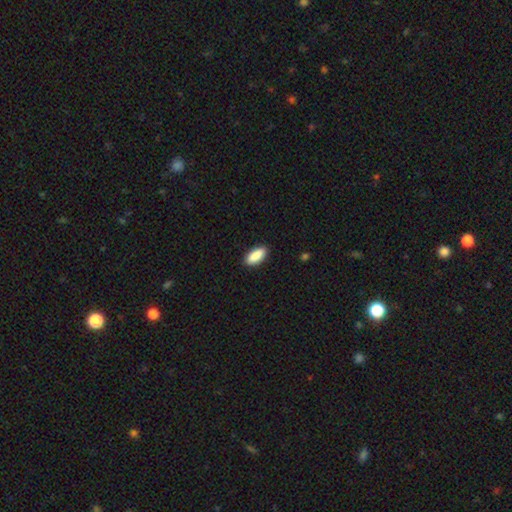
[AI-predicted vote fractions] smooth 90%, star or artifact 6%, featured or disk 4%. Down the decision tree: how rounded — in between (85%); merging — none (90%).